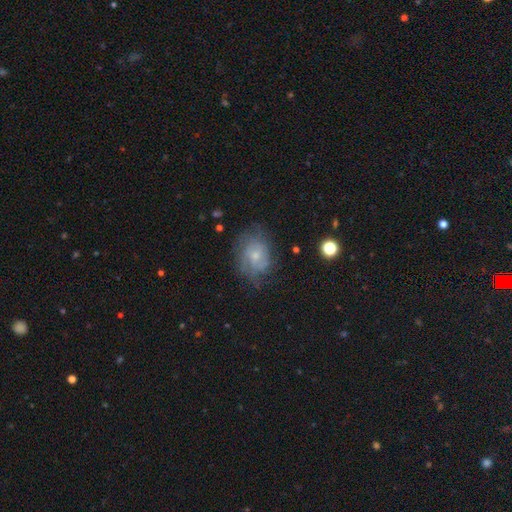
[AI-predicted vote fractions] Smooth or featured? featured or disk (59%)
Edge-on disk? no (97%)
Bar? no (74%)
Spiral arms? yes (78%)
Bulge size? small (63%)
Merging? none (62%)